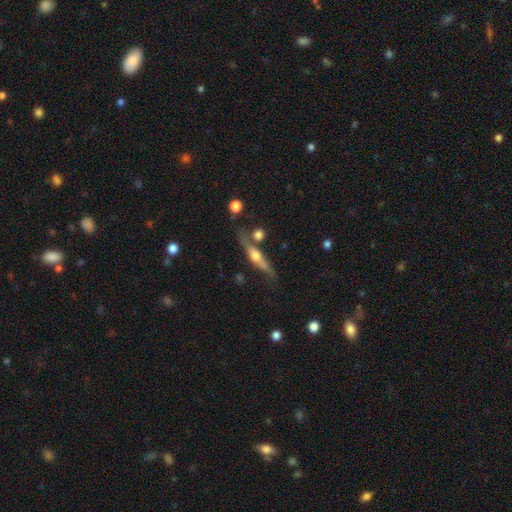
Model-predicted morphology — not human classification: A featured or disk galaxy (60%) viewed edge-on (88%) with a rounded central bulge (85%). Merging: none (61%).